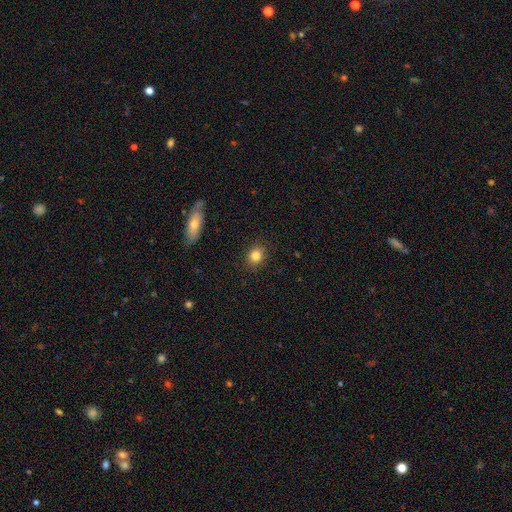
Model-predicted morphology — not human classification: This appears to be a smooth galaxy with no disk features (83%) that is round (68%). Merging: none (90%).